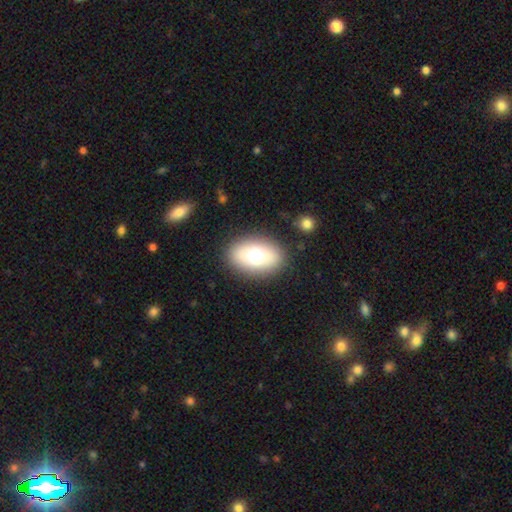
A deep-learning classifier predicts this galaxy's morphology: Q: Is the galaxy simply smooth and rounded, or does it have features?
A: smooth — 69%.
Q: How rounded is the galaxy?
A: in between — 80%.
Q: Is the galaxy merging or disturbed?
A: none — 85%.